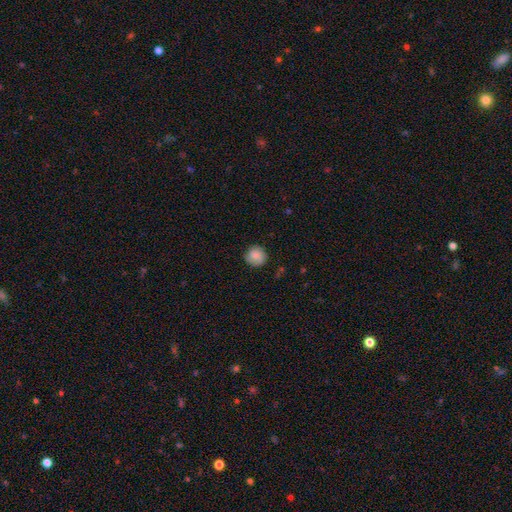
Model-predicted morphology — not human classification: Smooth or featured: smooth — 82% (featured or disk — 10%)
How rounded: round — 88% (in between — 11%)
Merging: none — 78% (minor disturbance — 17%)